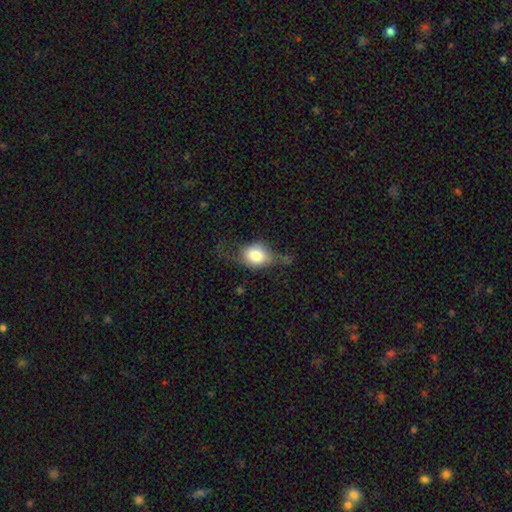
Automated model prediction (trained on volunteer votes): A smooth galaxy with no disk features (59%) that is round (49%).

Vote fractions:
- Smooth or featured? smooth: 59% / featured or disk: 32% / star or artifact: 9%
- How rounded? round: 49% / in between: 48% / cigar-shaped: 3%
- Merging? none: 43% / minor disturbance: 29% / major disturbance: 25% / merger: 3%